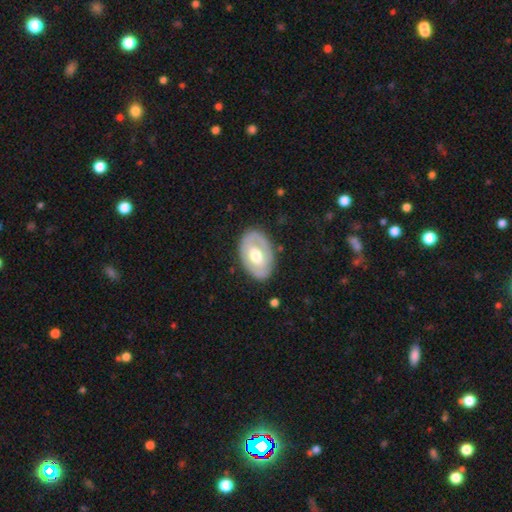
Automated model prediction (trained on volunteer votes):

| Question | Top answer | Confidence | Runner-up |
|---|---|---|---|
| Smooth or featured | featured or disk | 58% | smooth (37%) |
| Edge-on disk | no | 93% | yes (7%) |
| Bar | no | 57% | weak (31%) |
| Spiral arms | no | 64% | yes (36%) |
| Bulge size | moderate | 66% | large (24%) |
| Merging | none | 81% | minor disturbance (13%) |